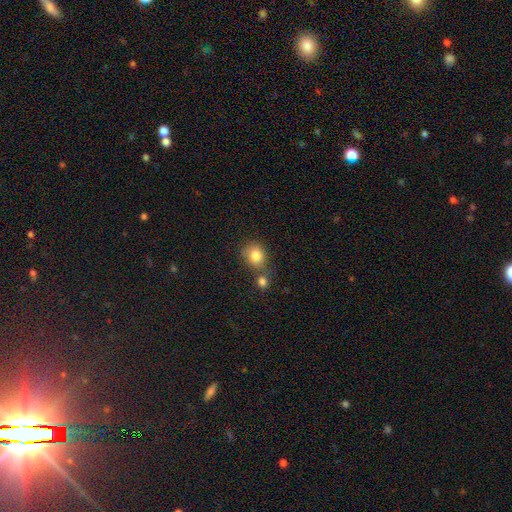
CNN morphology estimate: Smooth or featured: smooth — 83% (star or artifact — 10%)
How rounded: round — 69% (in between — 30%)
Merging: none — 57% (merger — 26%)